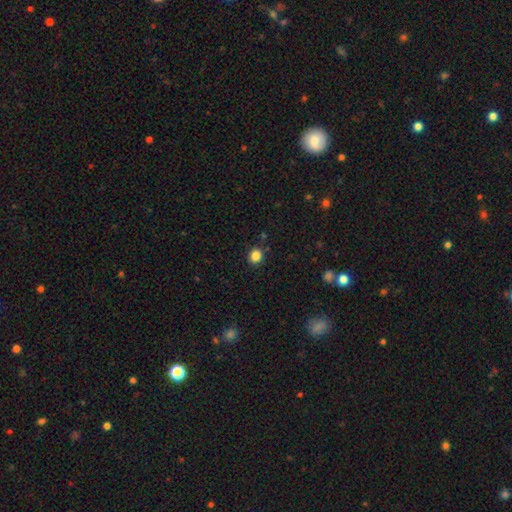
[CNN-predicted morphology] This appears to be a smooth galaxy with no disk features (85%) that is round (77%). Merging: none (87%).